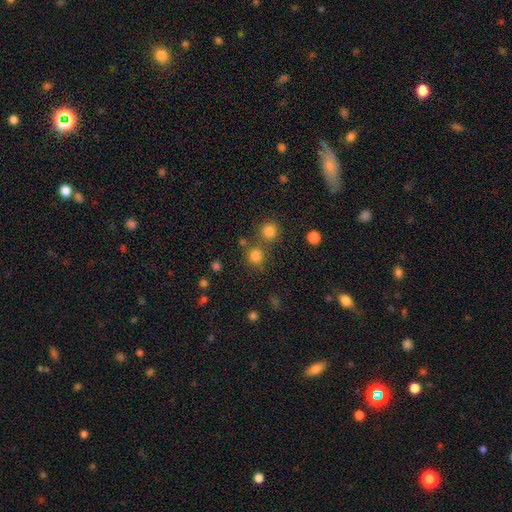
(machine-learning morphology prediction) Smooth or featured? smooth (79%)
How rounded? round (89%)
Merging? none (68%)